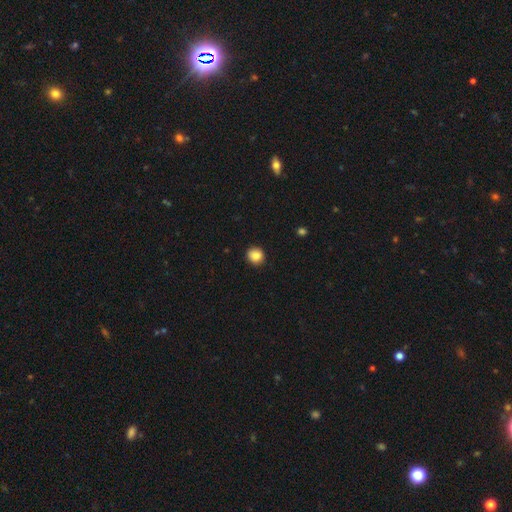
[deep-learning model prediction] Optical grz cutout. It shows a smooth galaxy with no disk features (87%) that is round (87%). Merging: none (90%).